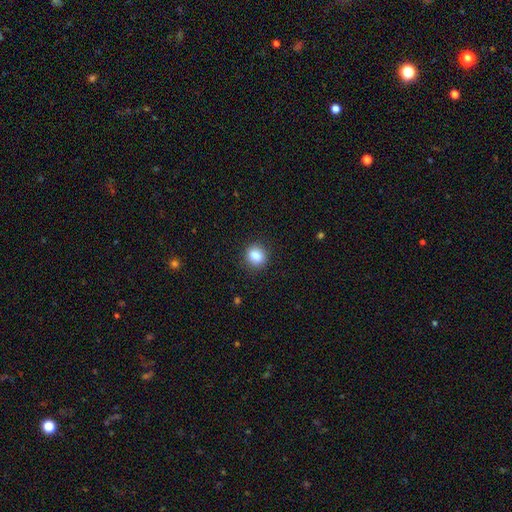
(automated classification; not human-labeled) A smooth galaxy with no disk features (86%) that is round (77%). Merging: none (88%).